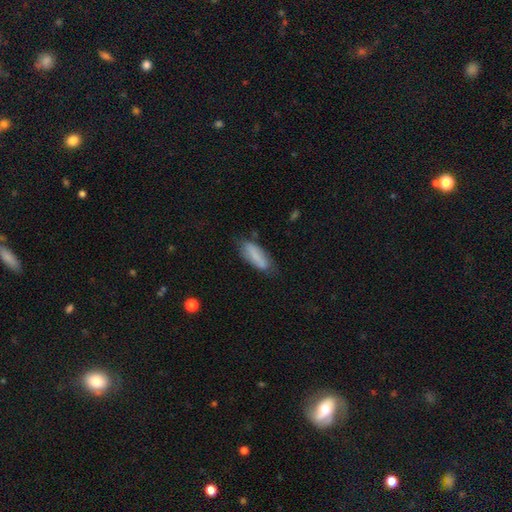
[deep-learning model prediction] Smooth or featured? Predicted: smooth (p=0.73). How rounded? Predicted: in between (p=0.58). Merging? Predicted: none (p=0.67).